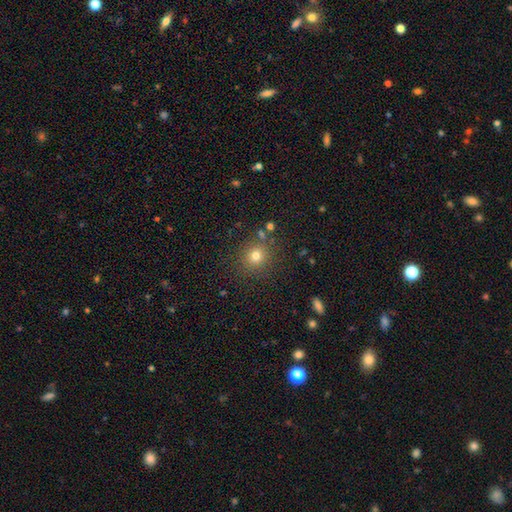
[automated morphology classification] smooth 76%, star or artifact 16%, featured or disk 8%. Down the decision tree: how rounded — round (90%); merging — none (83%).